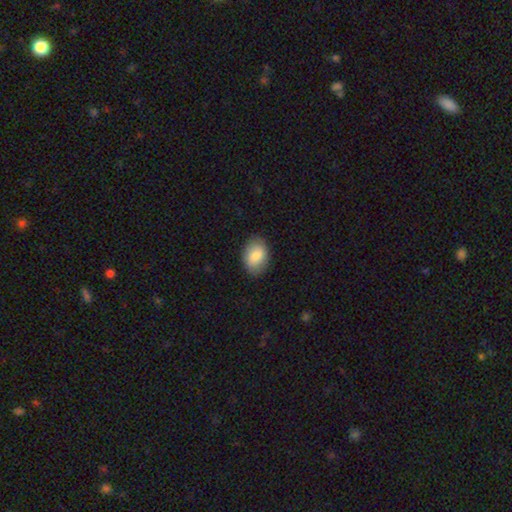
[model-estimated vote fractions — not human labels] The model was most divided on "how rounded": in between: 83%, round: 16%, cigar-shaped: 1%. More confident: merging — none (85%); smooth or featured — smooth (84%).